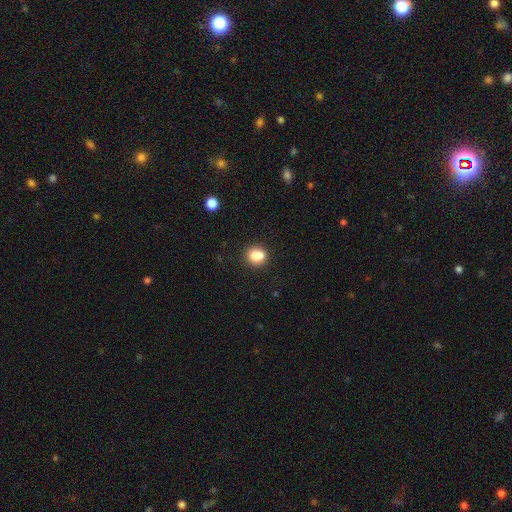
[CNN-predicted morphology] Overall: smooth (79%). How rounded: round (76%). Merging: none (58%; merger 26%).